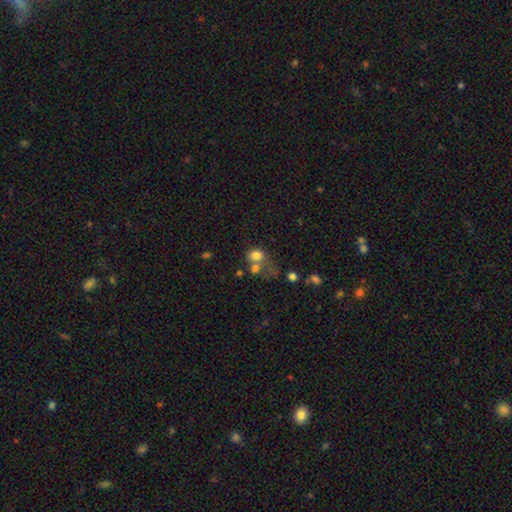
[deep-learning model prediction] This appears to be a smooth galaxy with no disk features (75%) that is round (50%). Merging: merger (44%).